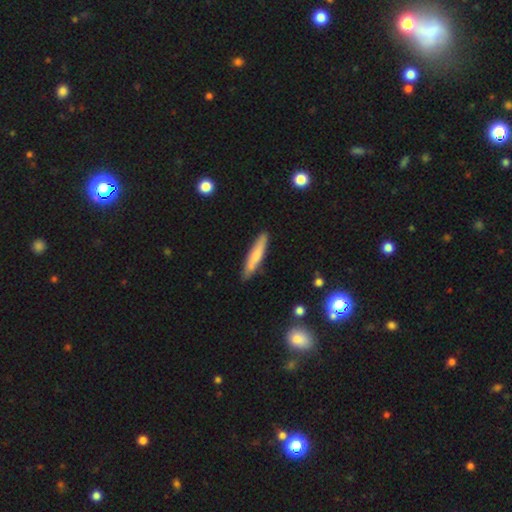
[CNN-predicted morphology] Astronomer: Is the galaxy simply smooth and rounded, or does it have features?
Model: smooth — 69%.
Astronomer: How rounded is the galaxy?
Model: cigar-shaped — 89%.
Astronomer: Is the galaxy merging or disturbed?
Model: none — 82%.